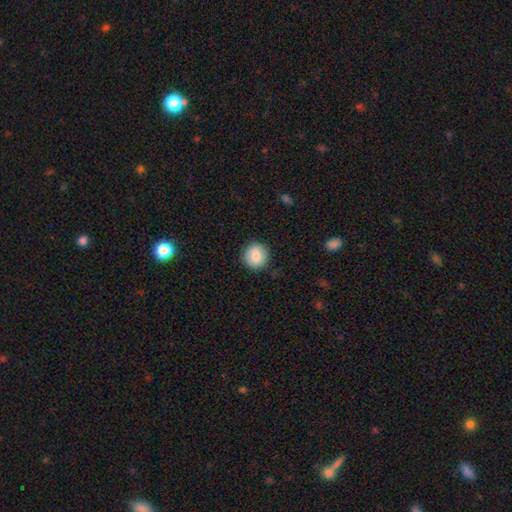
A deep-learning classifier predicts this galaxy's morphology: smooth 87%, star or artifact 8%, featured or disk 5%. Down the decision tree: how rounded — round (92%); merging — none (89%).